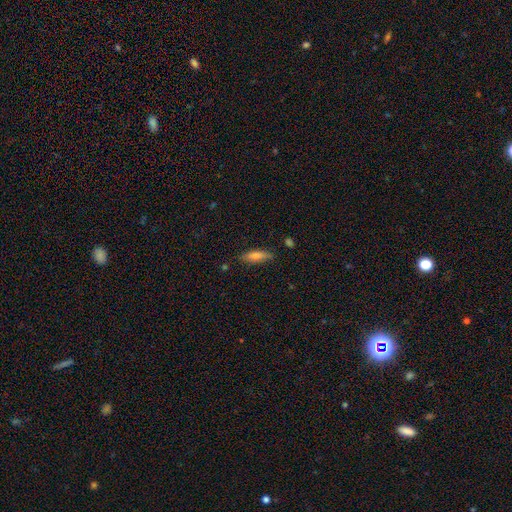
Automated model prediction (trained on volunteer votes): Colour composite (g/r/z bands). It shows a smooth galaxy with no disk features (73%) that is cigar-shaped (58%). Merging: none (81%).